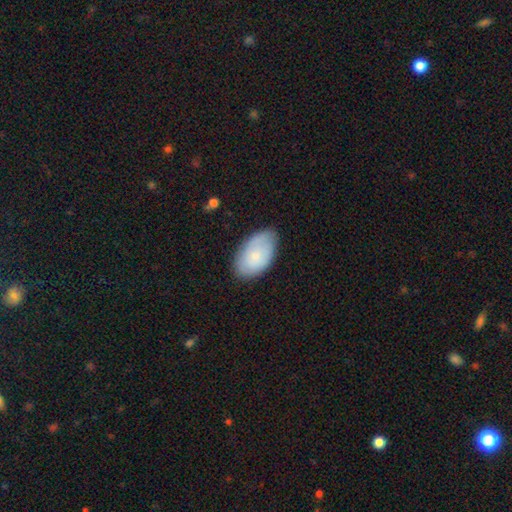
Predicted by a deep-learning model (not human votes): Overall: smooth (73%). How rounded: in between (94%). Merging: none (72%).